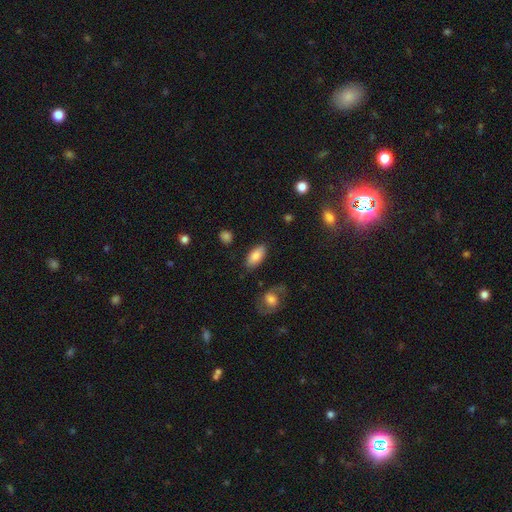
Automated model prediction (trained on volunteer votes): The model was most divided on "merging": none: 83%, minor disturbance: 11%, major disturbance: 3%, merger: 2%. More confident: how rounded — in between (92%); smooth or featured — smooth (83%).